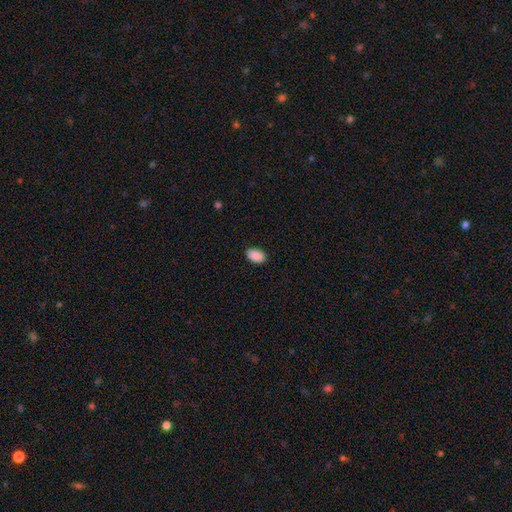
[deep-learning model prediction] This is clearly a smooth galaxy (91%). How rounded: clearly in between (89%). Merging: clearly none (88%).